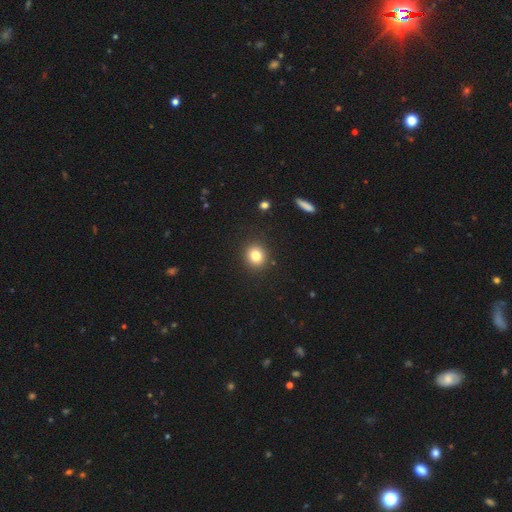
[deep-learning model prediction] Smooth or featured? Predicted: smooth (p=0.81). How rounded? Predicted: round (p=0.86). Merging? Predicted: none (p=0.91).